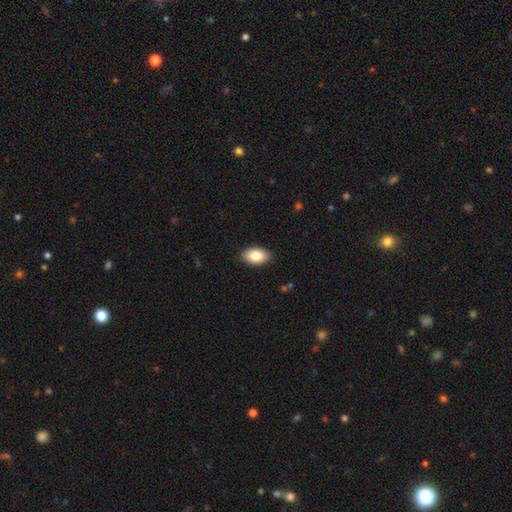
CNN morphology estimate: smooth 84%, featured or disk 10%, star or artifact 7%. Down the decision tree: how rounded — in between (94%); merging — none (89%).